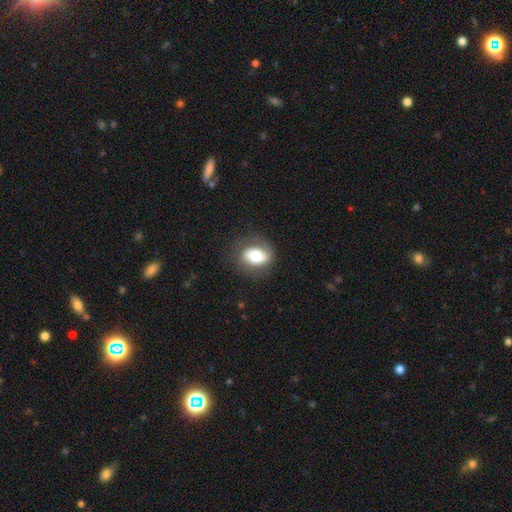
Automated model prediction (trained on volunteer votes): Q: Smooth or featured?
A: smooth (61%); runner-up: featured or disk (31%)
Q: How rounded?
A: in between (67%); runner-up: round (32%)
Q: Merging?
A: none (75%); runner-up: minor disturbance (16%)